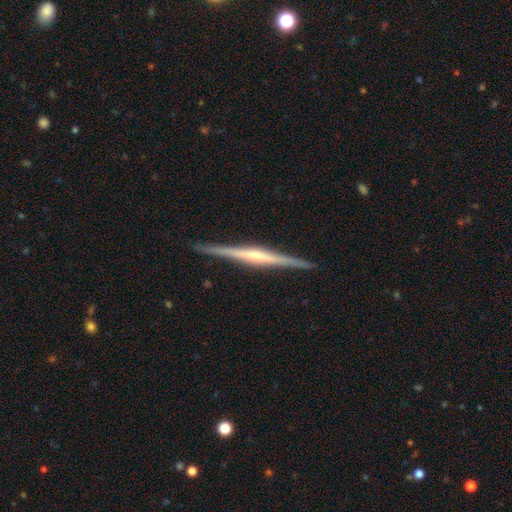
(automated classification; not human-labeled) The model was most divided on "edge-on bulge": rounded: 55%, none: 28%, boxy: 17%. More confident: edge-on disk — yes (98%); merging — none (90%); smooth or featured — featured or disk (79%).